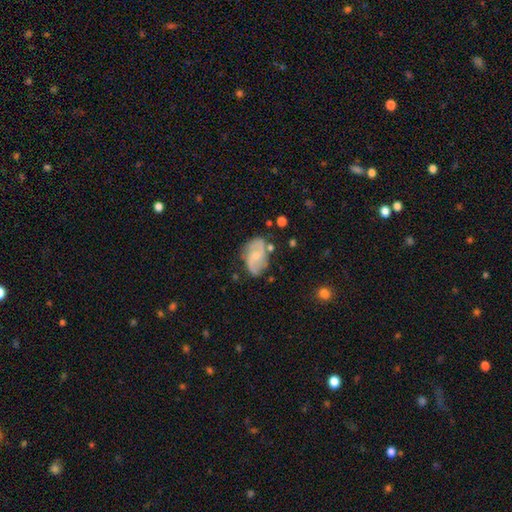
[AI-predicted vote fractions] A featured or disk galaxy (72%) with no bar (52%), 2 (87%) loose (43%) spiral arms (92%) and a small central bulge (55%). Merging: none (68%).